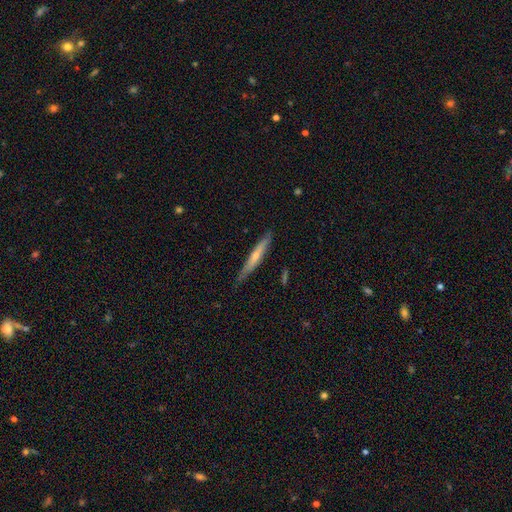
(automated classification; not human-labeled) The model was most divided on "smooth or featured": smooth: 49%, featured or disk: 46%, star or artifact: 6%. More confident: merging — none (83%).